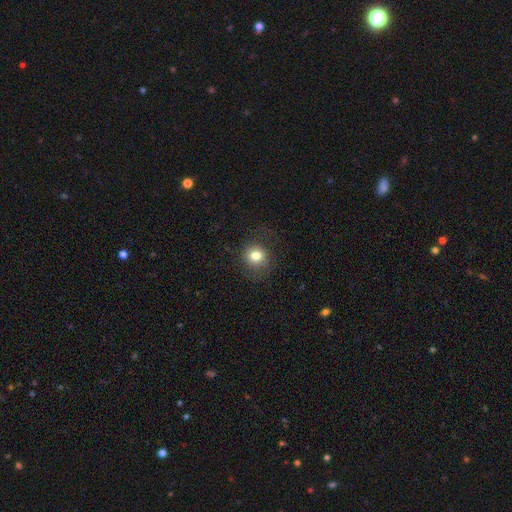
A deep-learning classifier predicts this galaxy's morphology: Overall: smooth (79%). How rounded: round (85%). Merging: none (79%).